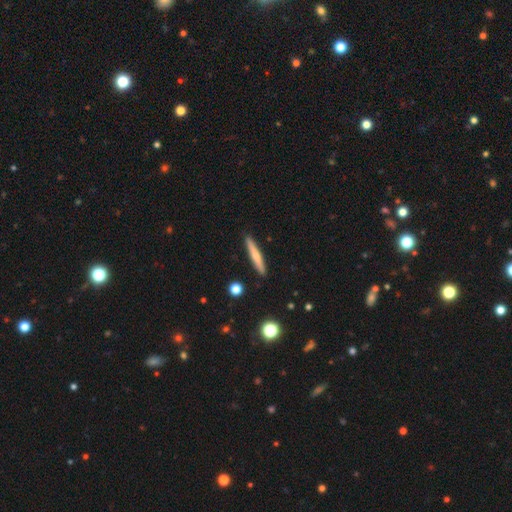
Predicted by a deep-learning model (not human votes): smooth 56%, featured or disk 38%, star or artifact 6%. Down the decision tree: how rounded — cigar-shaped (93%); merging — none (90%).